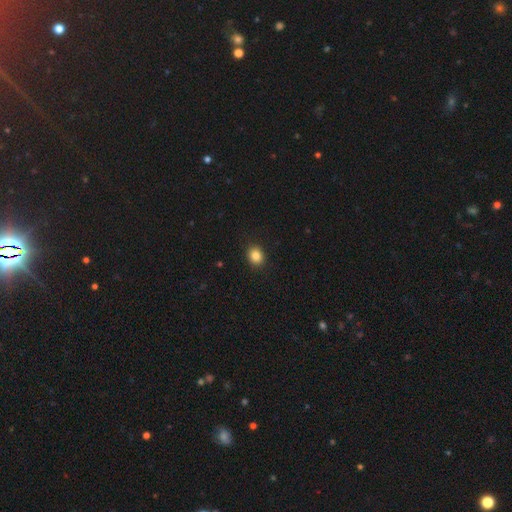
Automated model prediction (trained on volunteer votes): A smooth galaxy with no disk features (85%) that is round (64%). Merging: none (91%).